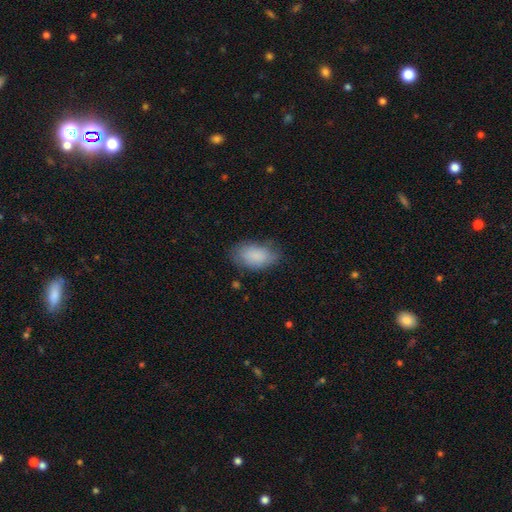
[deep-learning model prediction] Smooth or featured? Predicted: smooth (p=0.86). How rounded? Predicted: in between (p=0.93). Merging? Predicted: none (p=0.70).